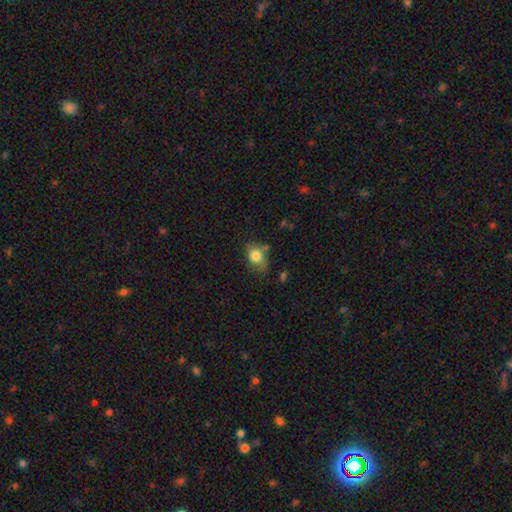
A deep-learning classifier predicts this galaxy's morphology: This appears to be a smooth galaxy with no disk features (81%) that is in between round and cigar-shaped (62%). Merging: none (60%).